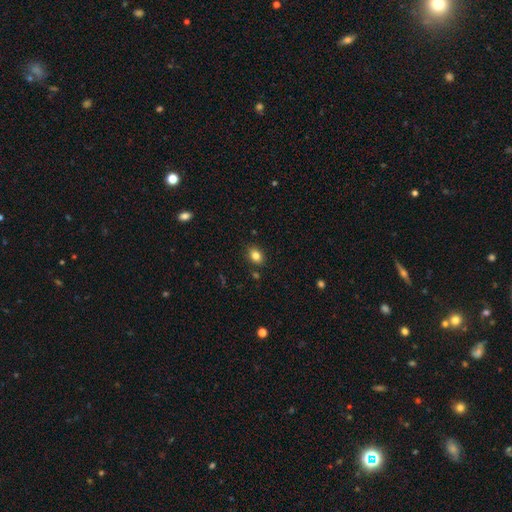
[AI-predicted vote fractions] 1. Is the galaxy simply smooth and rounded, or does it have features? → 82% smooth, 10% star or artifact, 7% featured or disk.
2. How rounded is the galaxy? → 70% in between, 28% round, 1% cigar-shaped.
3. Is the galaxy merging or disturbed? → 84% none, 12% minor disturbance, 2% major disturbance, 2% merger.